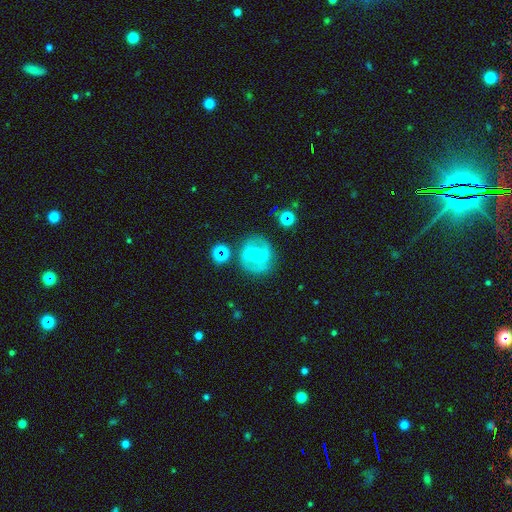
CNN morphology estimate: featured or disk 80%, smooth 13%, star or artifact 7%. Down the decision tree: edge-on disk — no (97%); bar — weak (41%); spiral arms — yes (91%); spiral arm count — 2 (88%); spiral winding — medium (55%); bulge size — small (57%); merging — none (80%).